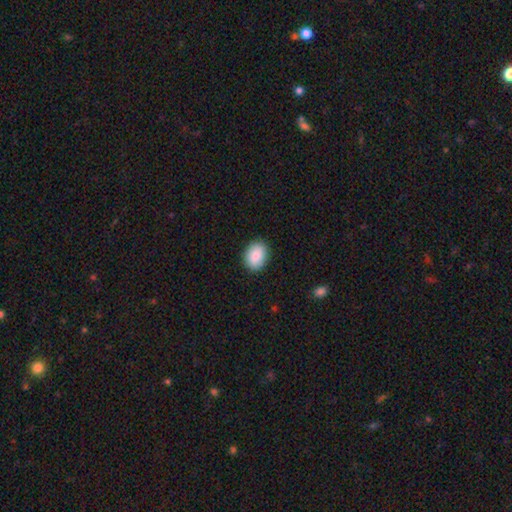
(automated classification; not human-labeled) Smooth or featured?
  - smooth: 89% *
  - star or artifact: 6%
  - featured or disk: 5%
How rounded?
  - in between: 72% *
  - round: 27%
  - cigar-shaped: 1%
Merging?
  - none: 89% *
  - minor disturbance: 8%
  - major disturbance: 2%
  - merger: 1%